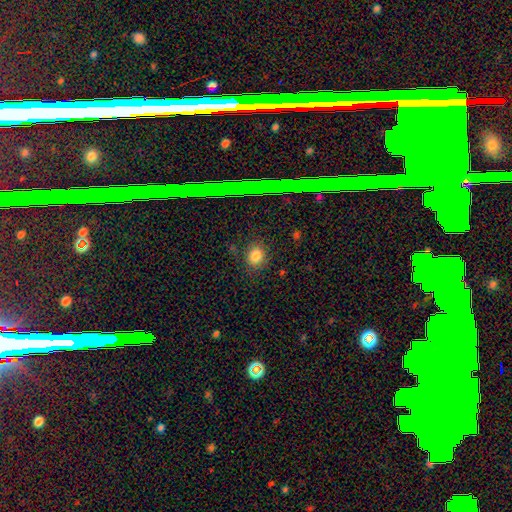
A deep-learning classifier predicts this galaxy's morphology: Smooth or featured?
  - smooth: 80% *
  - star or artifact: 14%
  - featured or disk: 6%
How rounded?
  - round: 59% *
  - in between: 40%
  - cigar-shaped: 1%
Merging?
  - none: 83% *
  - minor disturbance: 11%
  - major disturbance: 4%
  - merger: 2%